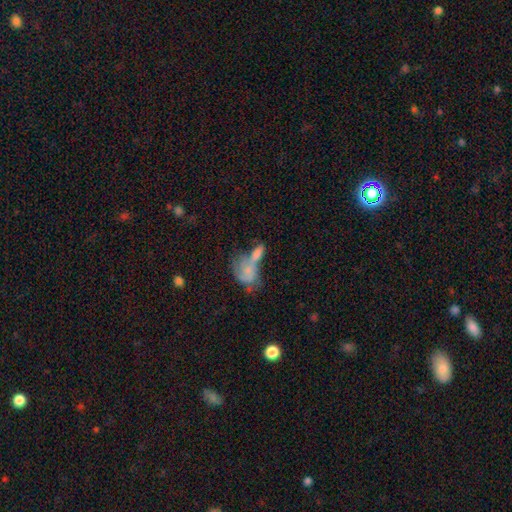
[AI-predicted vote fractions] Smooth or featured: smooth — 49% (featured or disk — 39%)
Merging: merger — 56% (none — 21%)